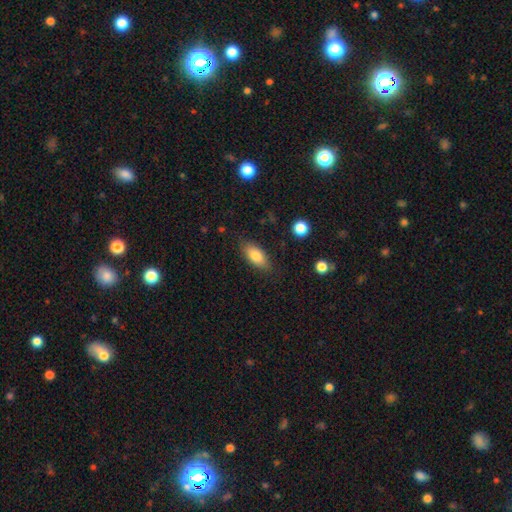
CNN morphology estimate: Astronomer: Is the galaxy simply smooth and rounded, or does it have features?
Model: smooth — 78%.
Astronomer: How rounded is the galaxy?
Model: in between — 85%.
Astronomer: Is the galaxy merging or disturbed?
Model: none — 82%.